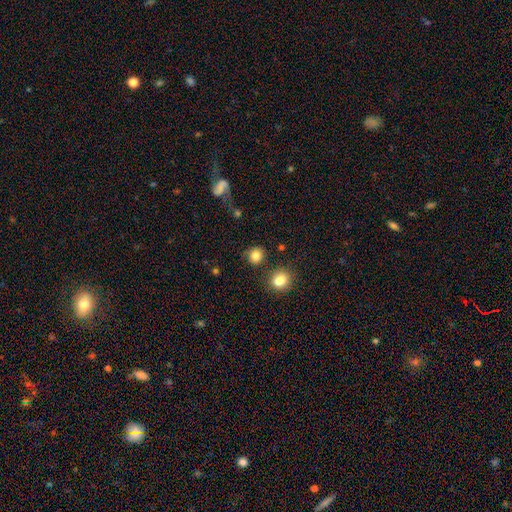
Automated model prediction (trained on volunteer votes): Overall: smooth (83%). How rounded: round (82%). Merging: none (75%).